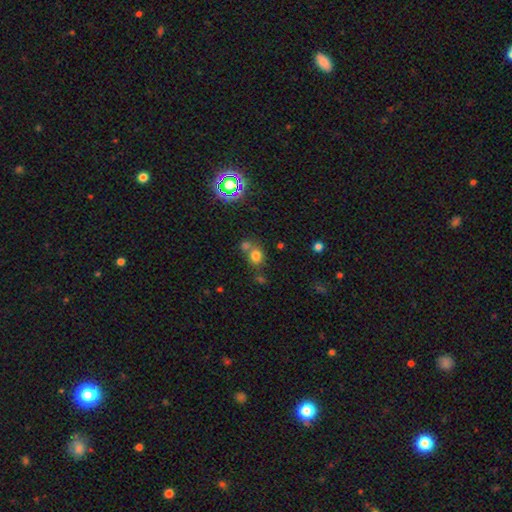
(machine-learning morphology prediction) A smooth galaxy with no disk features (73%) that is round (73%).

Vote fractions:
- Smooth or featured? smooth: 73% / star or artifact: 17% / featured or disk: 9%
- How rounded? round: 73% / in between: 26% / cigar-shaped: 1%
- Merging? none: 50% / merger: 36% / minor disturbance: 10% / major disturbance: 4%